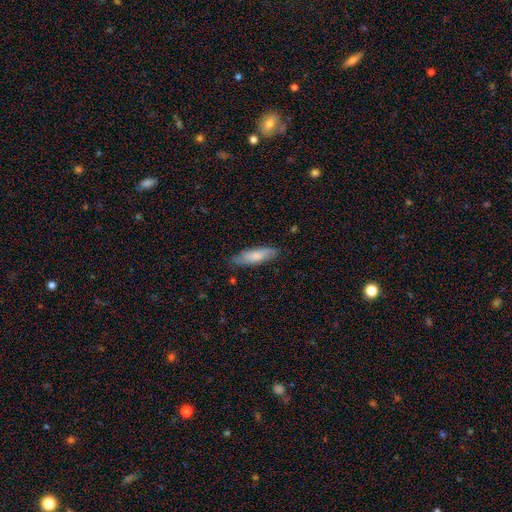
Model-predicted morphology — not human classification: Overall: smooth (76%). How rounded: cigar-shaped (58%; in between 40%). Merging: none (82%).